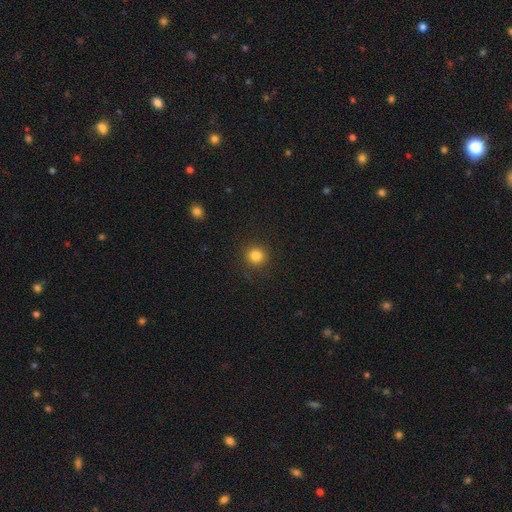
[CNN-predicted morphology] Smooth or featured?
  - smooth: 83% *
  - star or artifact: 12%
  - featured or disk: 5%
How rounded?
  - round: 93% *
  - in between: 6%
  - cigar-shaped: 1%
Merging?
  - none: 91% *
  - minor disturbance: 6%
  - major disturbance: 2%
  - merger: 1%